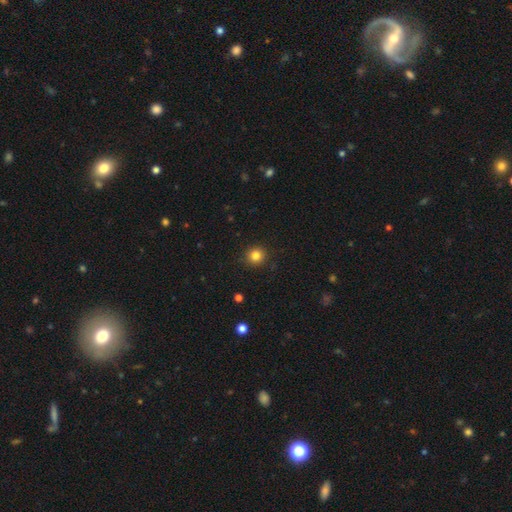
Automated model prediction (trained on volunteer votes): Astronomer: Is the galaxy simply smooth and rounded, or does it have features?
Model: smooth — 83%.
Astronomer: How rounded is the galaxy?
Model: round — 93%.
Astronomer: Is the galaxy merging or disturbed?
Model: none — 91%.